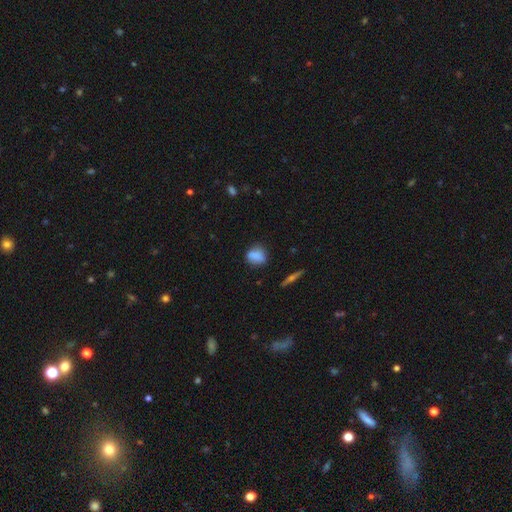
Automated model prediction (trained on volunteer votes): This is clearly a smooth galaxy (82%). How rounded: possibly in between (49%). Merging: likely none (75%).